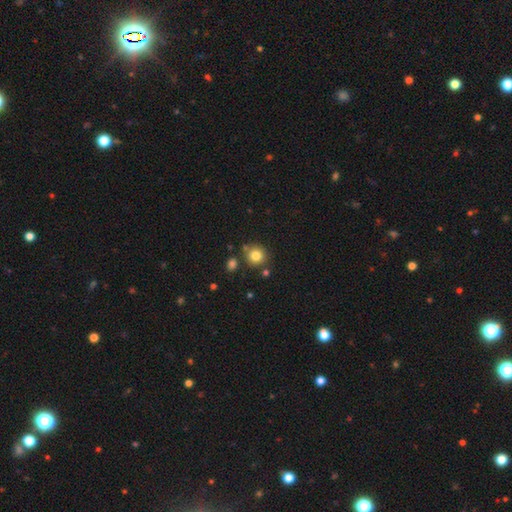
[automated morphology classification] The model was most divided on "merging": none: 77%, minor disturbance: 11%, merger: 9%, major disturbance: 3%. More confident: how rounded — round (90%); smooth or featured — smooth (81%).